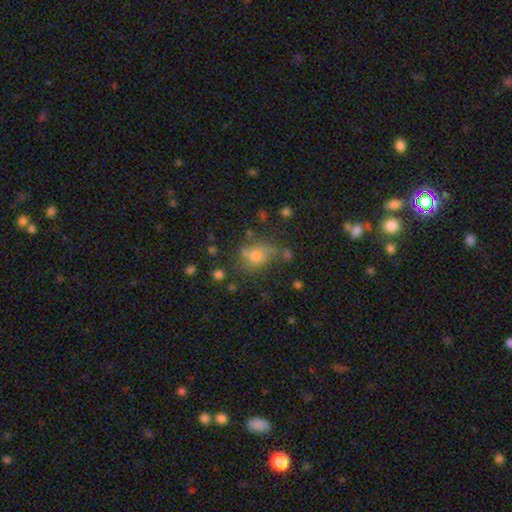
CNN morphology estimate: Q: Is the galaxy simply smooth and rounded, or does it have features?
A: smooth — 65%.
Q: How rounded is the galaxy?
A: in between — 53%.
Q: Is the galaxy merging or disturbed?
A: none — 49%.